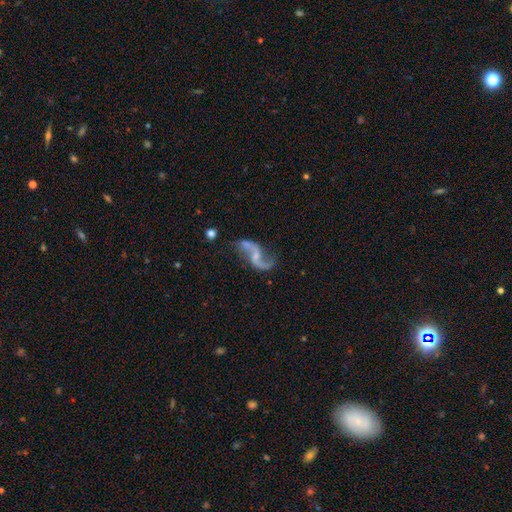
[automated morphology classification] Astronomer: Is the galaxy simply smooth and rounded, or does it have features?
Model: featured or disk — 88%.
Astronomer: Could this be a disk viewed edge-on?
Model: no — 97%.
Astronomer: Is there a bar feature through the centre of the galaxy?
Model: no — 45% (runner-up: weak, 41%).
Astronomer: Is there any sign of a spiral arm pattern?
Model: yes — 94%.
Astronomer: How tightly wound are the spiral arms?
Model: loose — 88%.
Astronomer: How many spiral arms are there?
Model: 2 — 92%.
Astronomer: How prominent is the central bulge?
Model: small — 48% (runner-up: none, 31%).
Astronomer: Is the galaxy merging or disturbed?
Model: none — 60%.